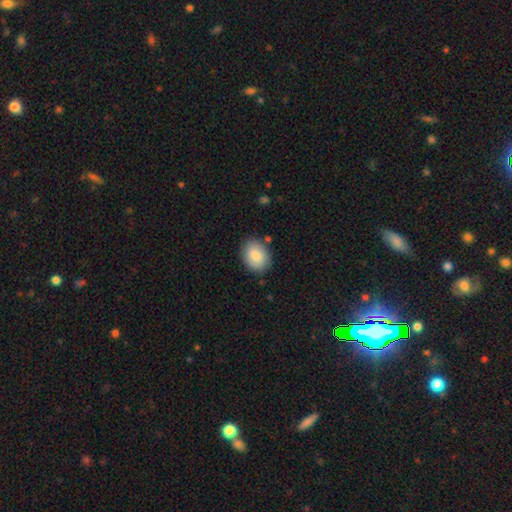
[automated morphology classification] A smooth galaxy with no disk features (84%) that is in between round and cigar-shaped (61%). Merging: none (84%).